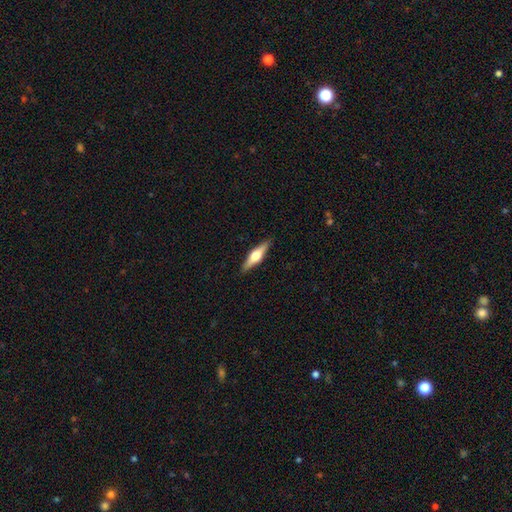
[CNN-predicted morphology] Q: Smooth or featured?
A: featured or disk (63%); runner-up: smooth (31%)
Q: Edge-on disk?
A: yes (97%); runner-up: no (3%)
Q: Edge-on bulge?
A: rounded (94%); runner-up: boxy (5%)
Q: Merging?
A: none (90%); runner-up: minor disturbance (7%)